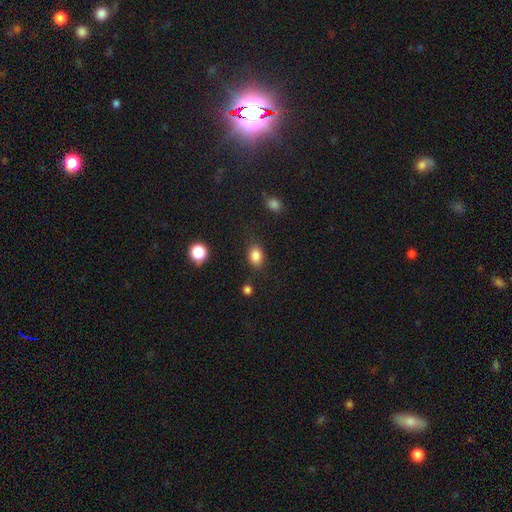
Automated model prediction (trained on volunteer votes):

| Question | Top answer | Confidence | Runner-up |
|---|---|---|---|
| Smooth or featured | smooth | 85% | star or artifact (10%) |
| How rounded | in between | 67% | round (32%) |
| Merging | none | 80% | minor disturbance (14%) |